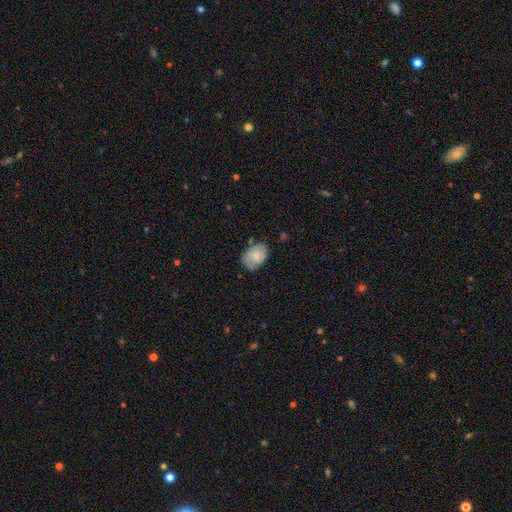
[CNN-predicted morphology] A smooth galaxy with no disk features (74%) that is in between round and cigar-shaped (81%).

Vote fractions:
- Smooth or featured? smooth: 74% / featured or disk: 19% / star or artifact: 7%
- How rounded? in between: 81% / round: 18% / cigar-shaped: 1%
- Merging? none: 66% / minor disturbance: 26% / major disturbance: 5% / merger: 2%